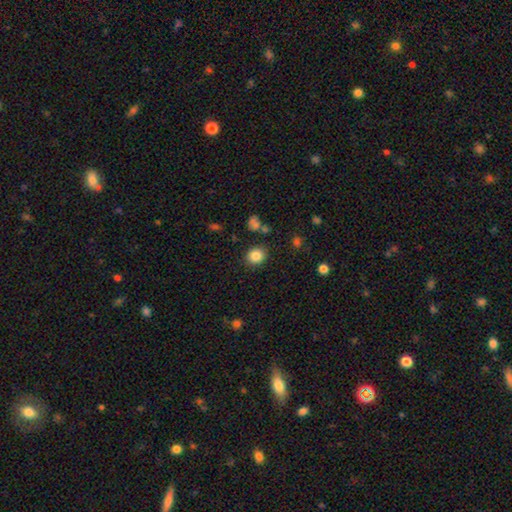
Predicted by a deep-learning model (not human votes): A smooth galaxy with no disk features (84%) that is round (74%).

Vote fractions:
- Smooth or featured? smooth: 84% / star or artifact: 10% / featured or disk: 5%
- How rounded? round: 74% / in between: 25% / cigar-shaped: 1%
- Merging? none: 86% / minor disturbance: 9% / merger: 3% / major disturbance: 3%